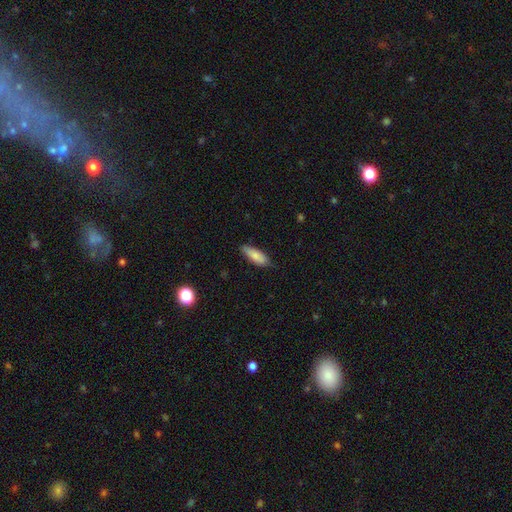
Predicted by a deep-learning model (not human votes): This is clearly a smooth galaxy (81%). How rounded: likely in between (65%). Merging: likely none (75%).